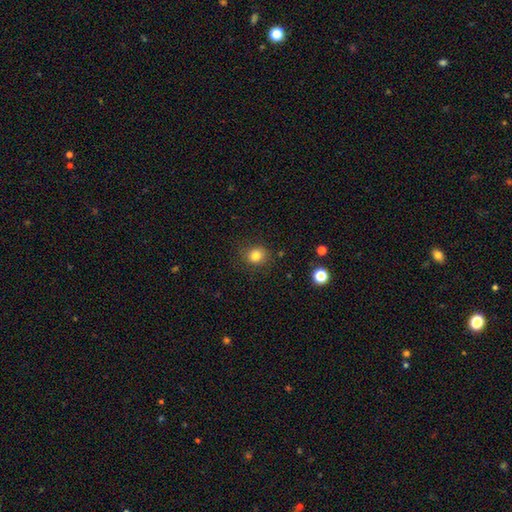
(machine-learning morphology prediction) Overall: smooth (82%). How rounded: round (80%). Merging: none (84%).